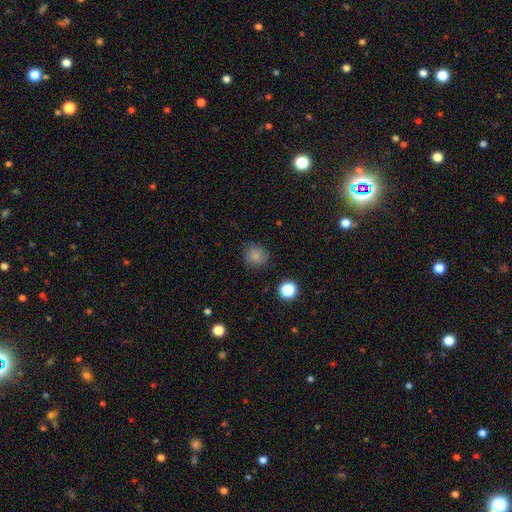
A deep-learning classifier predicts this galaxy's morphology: smooth_or_featured: smooth (p=0.82) [alt: star or artifact p=0.12]
how_rounded: round (p=0.90) [alt: in between p=0.09]
merging: none (p=0.83) [alt: minor disturbance p=0.12]